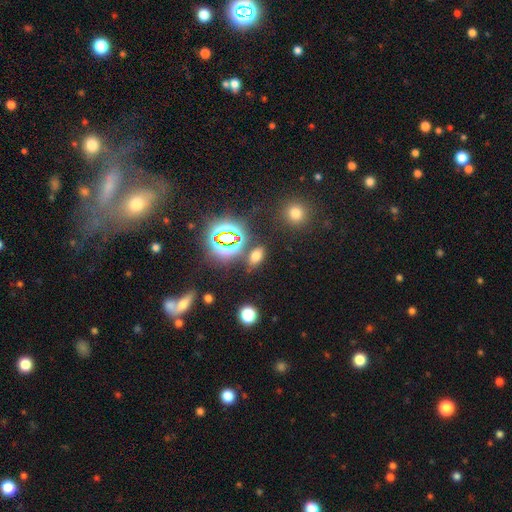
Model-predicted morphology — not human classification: smooth-or-featured: smooth: 58% | star or artifact: 33% | featured or disk: 9%
  how-rounded: in between: 83% | round: 12% | cigar-shaped: 5%
  merging: none: 81% | minor disturbance: 10% | merger: 6% | major disturbance: 4%